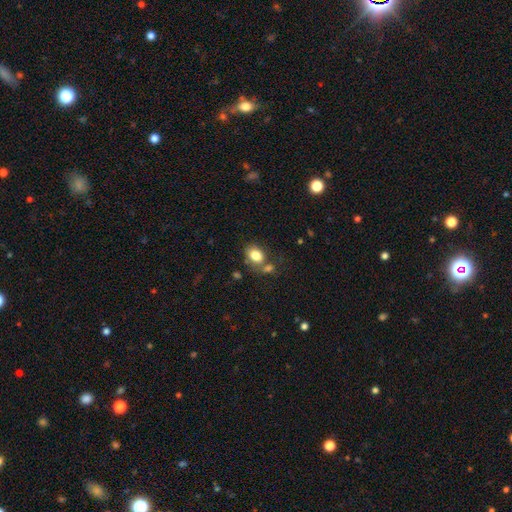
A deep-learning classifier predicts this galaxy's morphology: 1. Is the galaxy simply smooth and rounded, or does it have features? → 83% smooth, 9% star or artifact, 8% featured or disk.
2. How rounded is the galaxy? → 66% in between, 33% round, 1% cigar-shaped.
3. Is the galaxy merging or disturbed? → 55% none, 23% merger, 15% minor disturbance, 6% major disturbance.